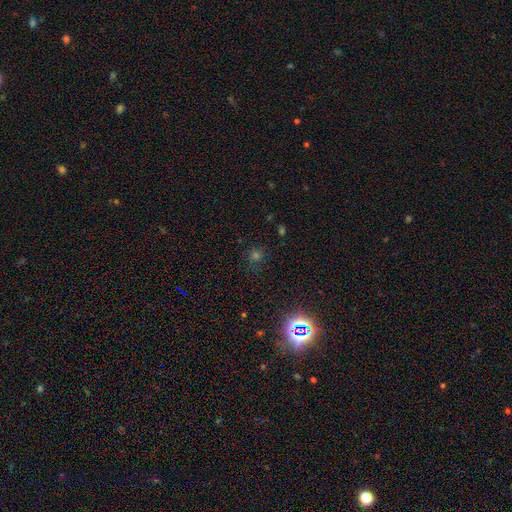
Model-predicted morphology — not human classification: type=star or artifact (50%).